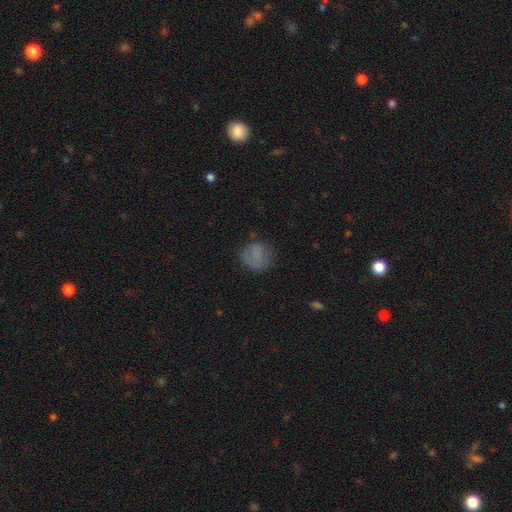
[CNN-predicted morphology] Overall: smooth (72%). How rounded: round (79%). Merging: none (66%).